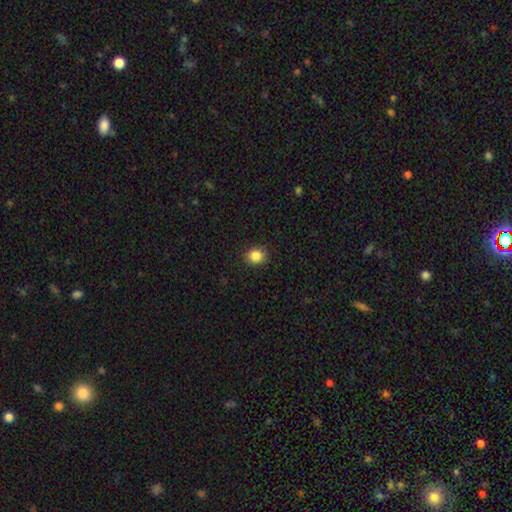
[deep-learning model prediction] The model was most divided on "how rounded": round: 73%, in between: 26%, cigar-shaped: 1%. More confident: merging — none (89%); smooth or featured — smooth (86%).